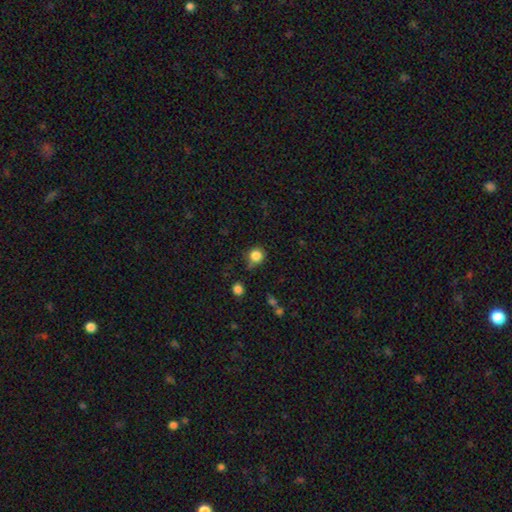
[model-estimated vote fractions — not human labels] smooth_or_featured: smooth (p=0.84) [alt: star or artifact p=0.12]
how_rounded: round (p=0.88) [alt: in between p=0.11]
merging: none (p=0.66) [alt: minor disturbance p=0.24]